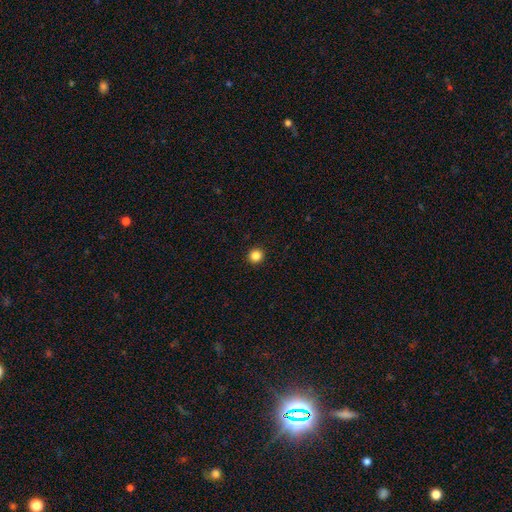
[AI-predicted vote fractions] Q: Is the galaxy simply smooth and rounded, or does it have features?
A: smooth — 85%.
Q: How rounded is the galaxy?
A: round — 95%.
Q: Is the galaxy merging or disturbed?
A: none — 94%.